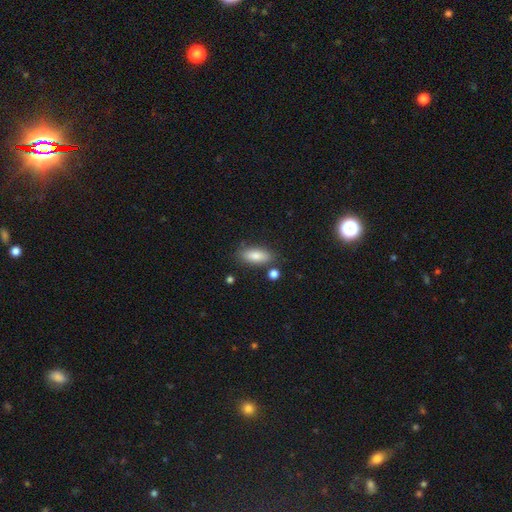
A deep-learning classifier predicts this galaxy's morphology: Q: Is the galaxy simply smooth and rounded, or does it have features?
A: smooth — 81%.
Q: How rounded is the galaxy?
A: in between — 76%.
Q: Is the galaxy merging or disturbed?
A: none — 79%.